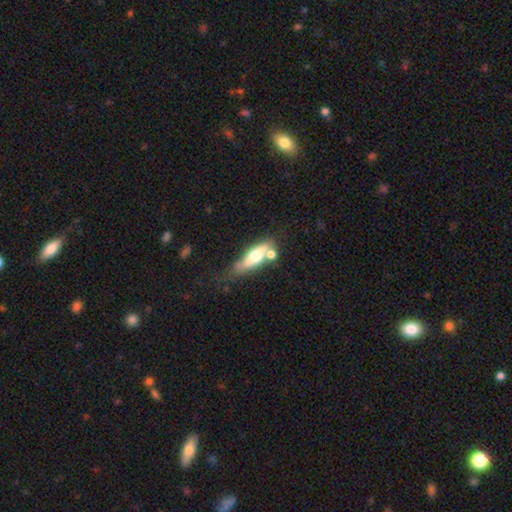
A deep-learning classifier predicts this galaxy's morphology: Q: Smooth or featured?
A: smooth (49%); runner-up: featured or disk (44%)
Q: Merging?
A: none (46%); runner-up: merger (24%)